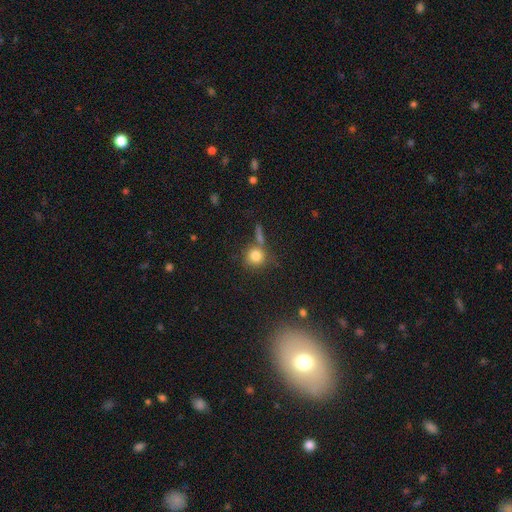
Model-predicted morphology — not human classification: smooth_or_featured: smooth (p=0.79) [alt: star or artifact p=0.12]
how_rounded: round (p=0.86) [alt: in between p=0.12]
merging: none (p=0.63) [alt: merger p=0.18]